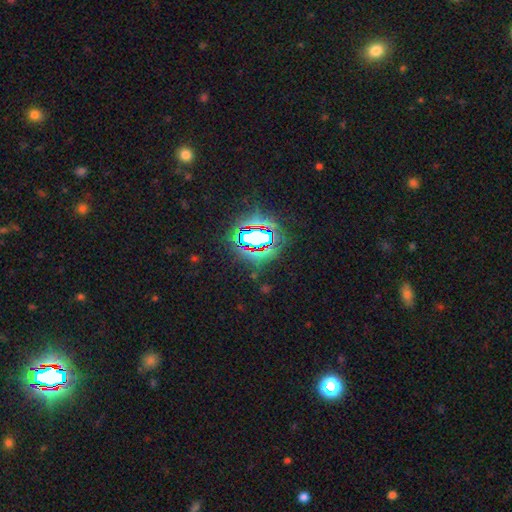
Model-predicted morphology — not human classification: The model was most divided on "smooth or featured": star or artifact: 80%, smooth: 13%, featured or disk: 7%.